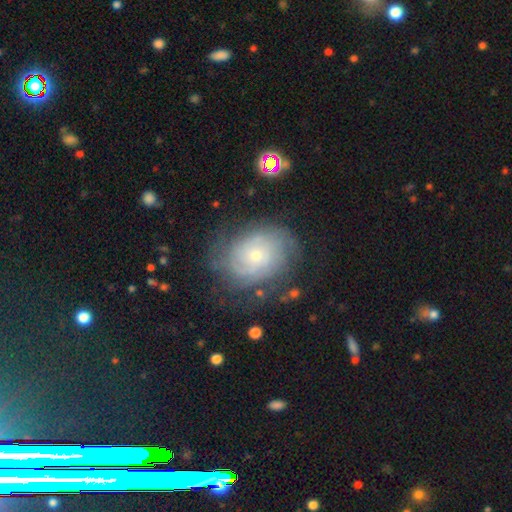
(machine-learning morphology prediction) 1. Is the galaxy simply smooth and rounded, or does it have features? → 74% featured or disk, 18% smooth, 8% star or artifact.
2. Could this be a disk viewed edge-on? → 97% no, 3% yes.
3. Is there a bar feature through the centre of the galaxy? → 80% no, 17% weak, 3% strong.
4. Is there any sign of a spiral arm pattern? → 91% yes, 9% no.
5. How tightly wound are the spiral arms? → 69% tight, 24% medium, 8% loose.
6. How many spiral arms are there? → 48% can't tell, 16% 2, 13% 3, 11% 4, 6% more than 4, 5% 1.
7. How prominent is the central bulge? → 73% small, 23% moderate, 2% large, 1% none, 1% dominant.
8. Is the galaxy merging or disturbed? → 69% none, 19% minor disturbance, 10% major disturbance, 2% merger.